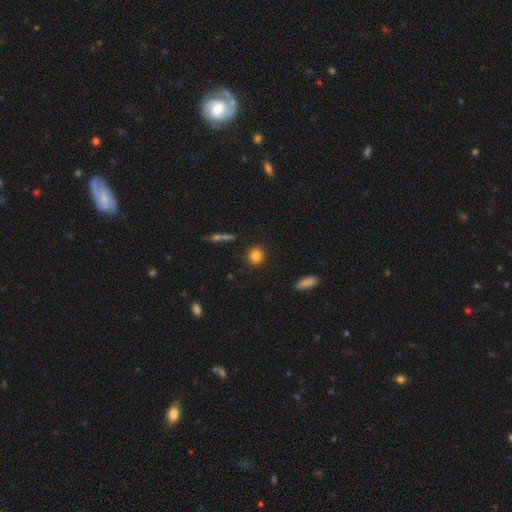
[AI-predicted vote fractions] Morphology: type=smooth (84%); roundness=round (90%); merging=none (90%).